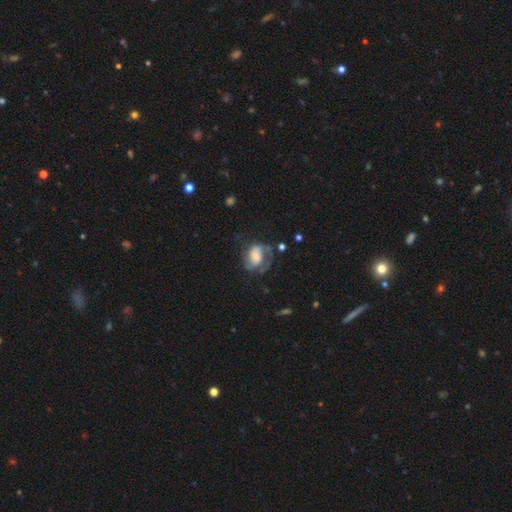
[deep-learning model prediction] Smooth or featured?
  - featured or disk: 62% *
  - smooth: 30%
  - star or artifact: 8%
Edge-on disk?
  - no: 97% *
  - yes: 3%
Bar?
  - no: 53% *
  - weak: 34%
  - strong: 13%
Spiral arms?
  - yes: 82% *
  - no: 18%
Bulge size?
  - large: 29% *
  - moderate: 28%
  - small: 24%
  - none: 12%
  - dominant: 6%
Merging?
  - none: 42% *
  - major disturbance: 31%
  - minor disturbance: 23%
  - merger: 3%